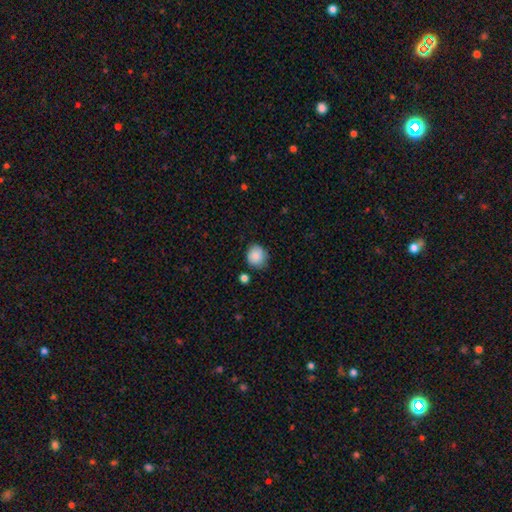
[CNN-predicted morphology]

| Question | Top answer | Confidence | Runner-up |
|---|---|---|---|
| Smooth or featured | smooth | 86% | star or artifact (8%) |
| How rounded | round | 85% | in between (14%) |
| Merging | none | 77% | minor disturbance (17%) |